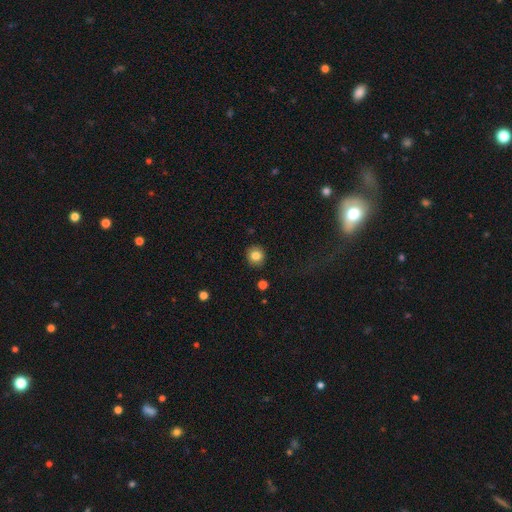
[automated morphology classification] smooth-or-featured: smooth: 83% | star or artifact: 10% | featured or disk: 7%
  how-rounded: round: 91% | in between: 8% | cigar-shaped: 1%
  merging: none: 91% | minor disturbance: 6% | major disturbance: 2% | merger: 1%